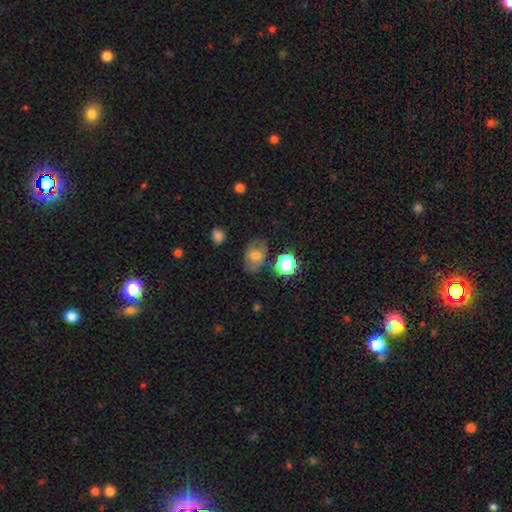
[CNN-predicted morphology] Overall: smooth (64%). How rounded: in between (73%). Merging: none (68%).